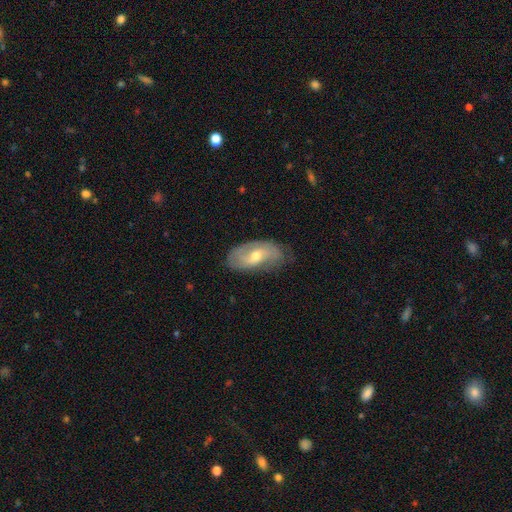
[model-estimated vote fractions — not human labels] Smooth or featured? Predicted: featured or disk (p=0.61). Edge-on disk? Predicted: no (p=0.91). Bar? Predicted: no (p=0.51). Spiral arms? Predicted: yes (p=0.76). Bulge size? Predicted: moderate (p=0.61). Merging? Predicted: none (p=0.67).